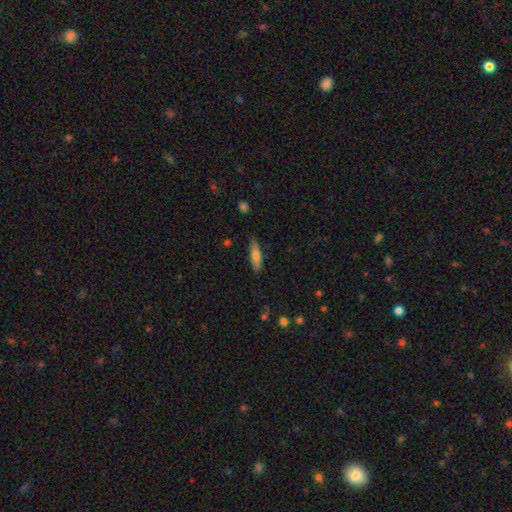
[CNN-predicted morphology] This is likely a smooth galaxy (70%). How rounded: possibly cigar-shaped (59%). Merging: clearly none (80%).